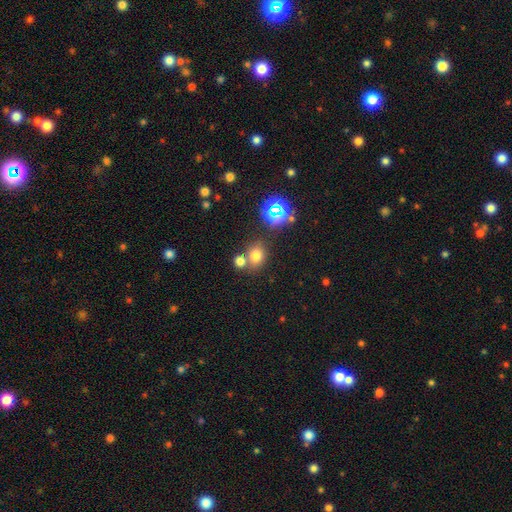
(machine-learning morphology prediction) smooth 71%, star or artifact 21%, featured or disk 9%. Down the decision tree: how rounded — round (61%); merging — none (58%).